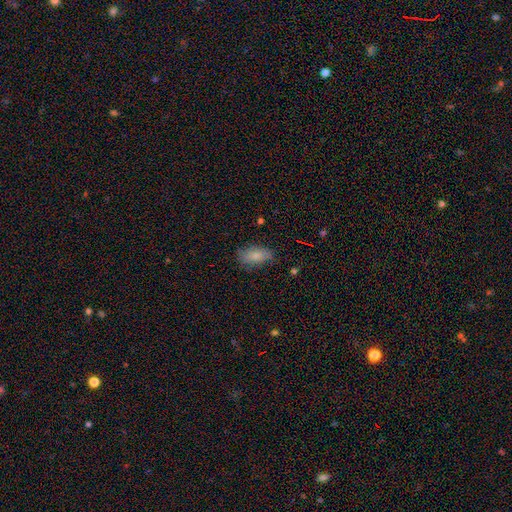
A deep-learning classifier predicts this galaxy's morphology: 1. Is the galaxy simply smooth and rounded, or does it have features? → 80% smooth, 12% featured or disk, 8% star or artifact.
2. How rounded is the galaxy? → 89% in between, 7% cigar-shaped, 4% round.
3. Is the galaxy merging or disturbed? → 72% none, 21% minor disturbance, 5% major disturbance, 2% merger.